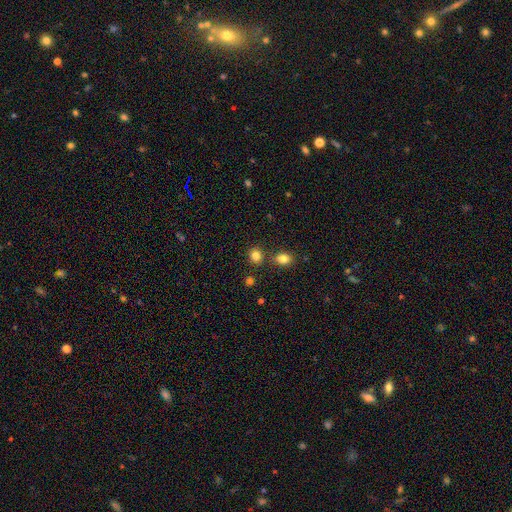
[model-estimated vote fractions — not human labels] smooth 83%, star or artifact 12%, featured or disk 5%. Down the decision tree: how rounded — round (81%); merging — none (76%).